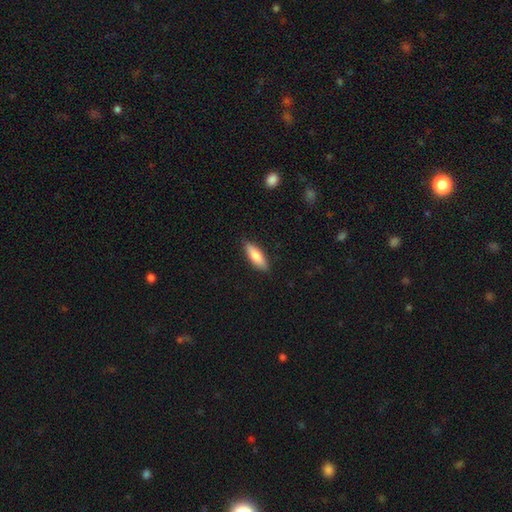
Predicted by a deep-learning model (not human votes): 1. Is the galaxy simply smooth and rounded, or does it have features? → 77% smooth, 18% featured or disk, 5% star or artifact.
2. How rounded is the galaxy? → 51% in between, 47% cigar-shaped, 2% round.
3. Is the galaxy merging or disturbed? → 88% none, 9% minor disturbance, 2% major disturbance, 1% merger.